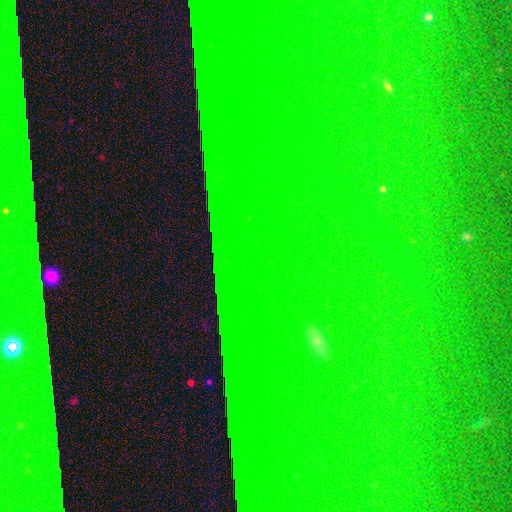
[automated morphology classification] A star or artifact, not a galaxy (85%).